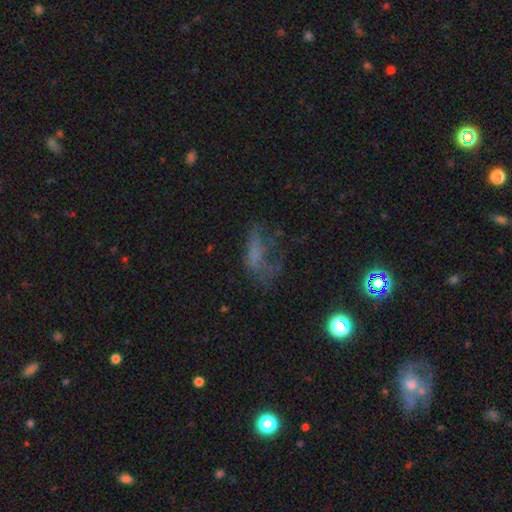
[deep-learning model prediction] Morphology: type=smooth (43%); merging=major disturbance (43%).